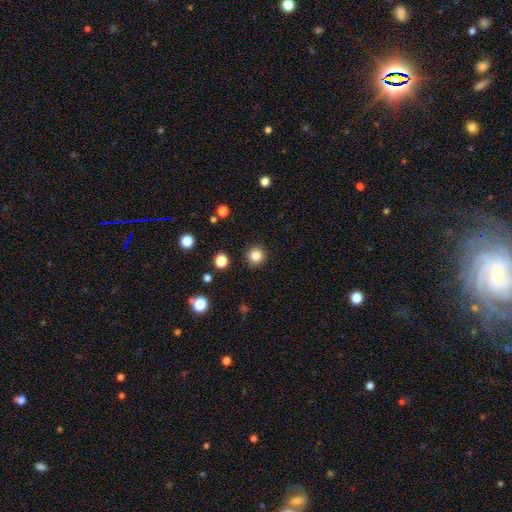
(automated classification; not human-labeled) Smooth or featured?
  - smooth: 85% *
  - star or artifact: 11%
  - featured or disk: 4%
How rounded?
  - round: 95% *
  - in between: 4%
  - cigar-shaped: 1%
Merging?
  - none: 91% *
  - minor disturbance: 5%
  - major disturbance: 2%
  - merger: 1%